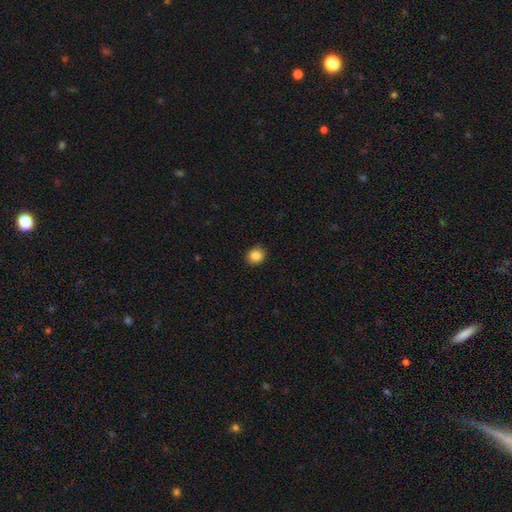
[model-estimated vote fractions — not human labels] Smooth or featured? Predicted: smooth (p=0.85). How rounded? Predicted: round (p=0.71). Merging? Predicted: none (p=0.89).